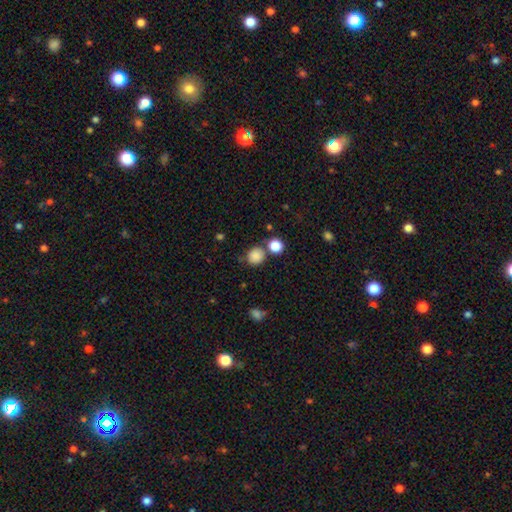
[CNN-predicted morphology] A smooth galaxy with no disk features (85%) that is round (84%). Merging: none (70%).